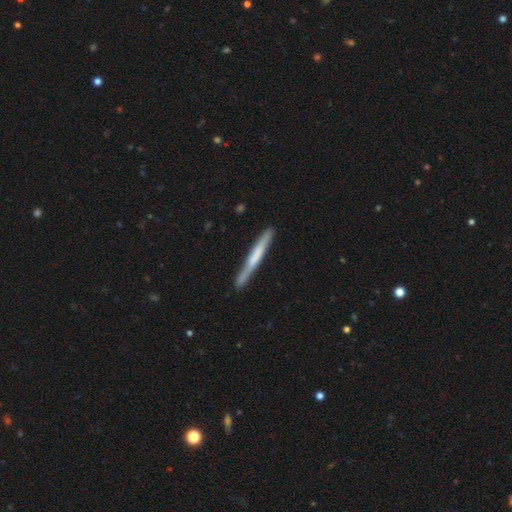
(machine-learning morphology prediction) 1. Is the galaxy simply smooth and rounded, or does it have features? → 49% featured or disk, 46% smooth, 5% star or artifact.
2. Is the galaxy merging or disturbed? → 86% none, 10% minor disturbance, 2% major disturbance, 2% merger.